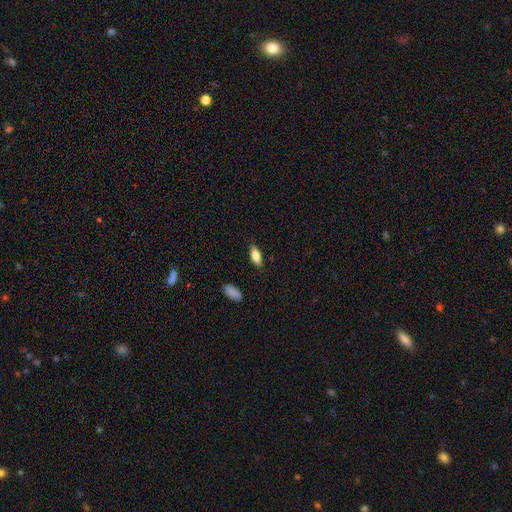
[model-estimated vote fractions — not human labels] smooth 78%, featured or disk 15%, star or artifact 7%. Down the decision tree: how rounded — in between (79%); merging — none (86%).